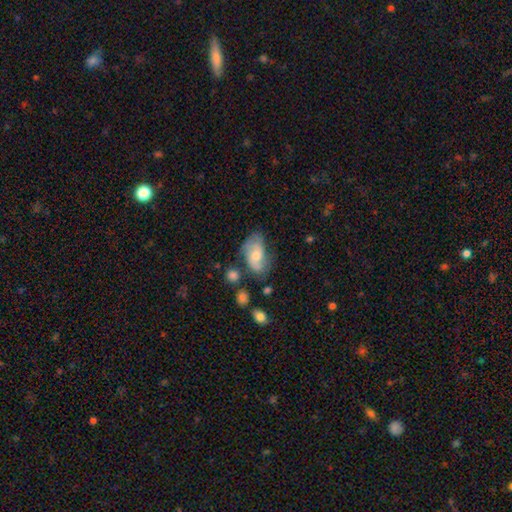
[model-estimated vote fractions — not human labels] The model was most divided on "smooth or featured": featured or disk: 47%, smooth: 46%, star or artifact: 7%. More confident: merging — none (51%).